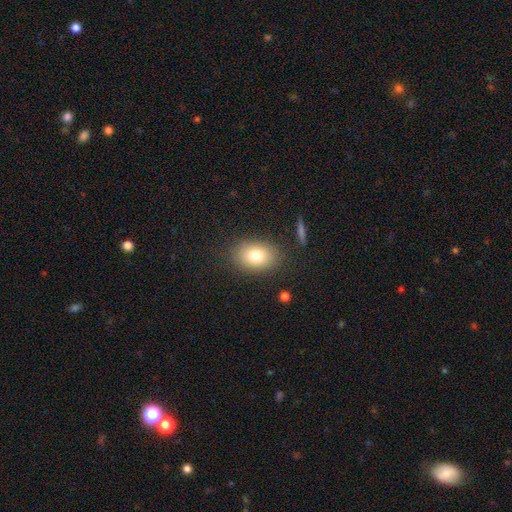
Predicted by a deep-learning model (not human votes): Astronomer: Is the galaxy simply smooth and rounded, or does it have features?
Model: smooth — 80%.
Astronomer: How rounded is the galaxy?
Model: in between — 70%.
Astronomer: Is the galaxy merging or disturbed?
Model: none — 84%.